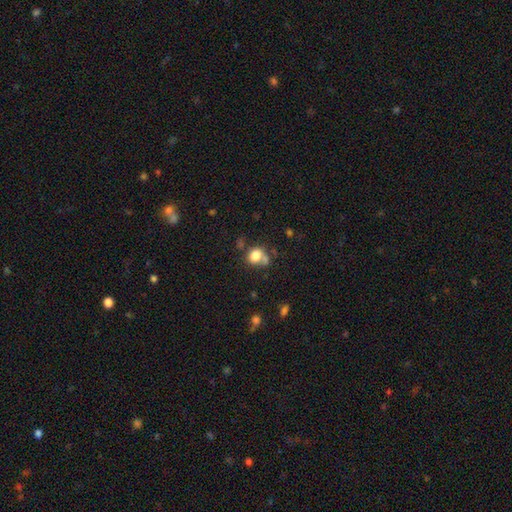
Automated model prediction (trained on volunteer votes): Smooth or featured? smooth (79%)
How rounded? round (62%)
Merging? none (46%)